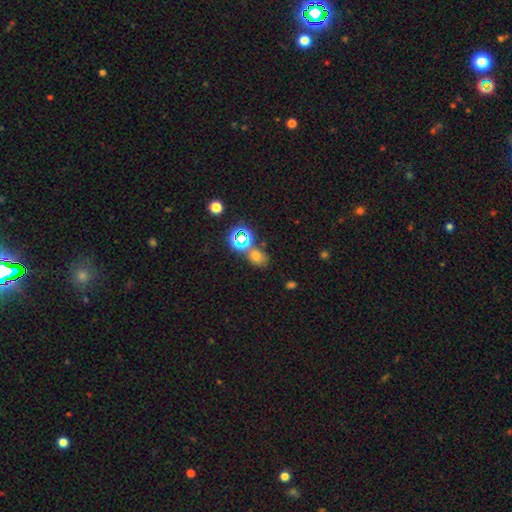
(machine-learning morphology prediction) This is possibly a smooth galaxy (59%). How rounded: possibly round (49%, tied with in between). Merging: possibly none (60%).